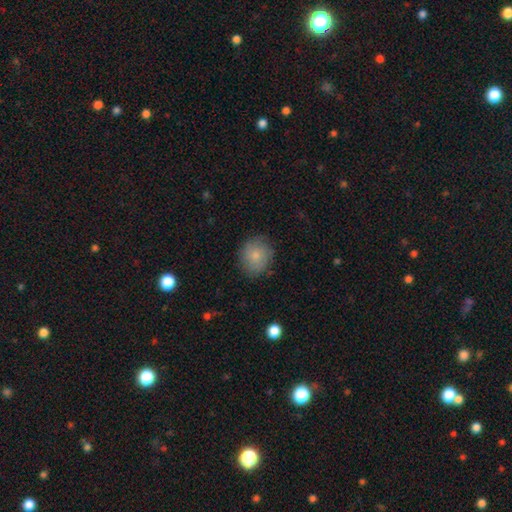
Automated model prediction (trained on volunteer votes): Q: Smooth or featured?
A: smooth (78%); runner-up: featured or disk (15%)
Q: How rounded?
A: round (76%); runner-up: in between (23%)
Q: Merging?
A: none (79%); runner-up: minor disturbance (16%)